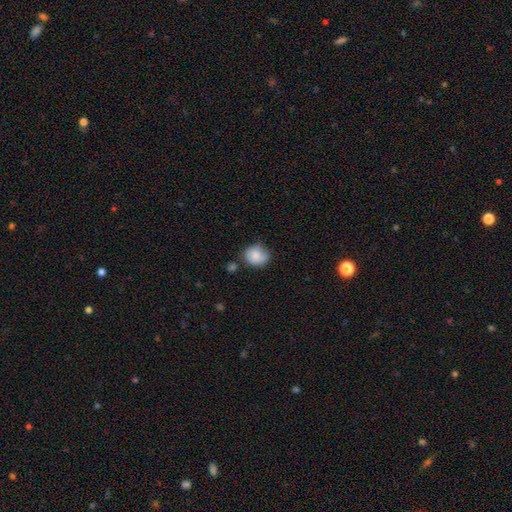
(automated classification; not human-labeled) Smooth or featured? Predicted: smooth (p=0.80). How rounded? Predicted: round (p=0.73). Merging? Predicted: none (p=0.61).